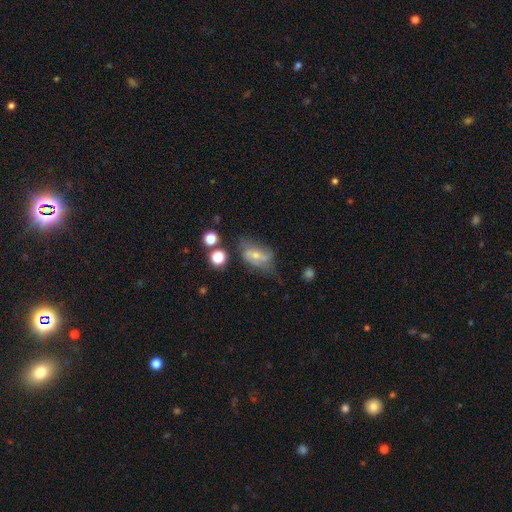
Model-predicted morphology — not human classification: This appears to be a featured or disk galaxy (48%). Merging: none (41%).